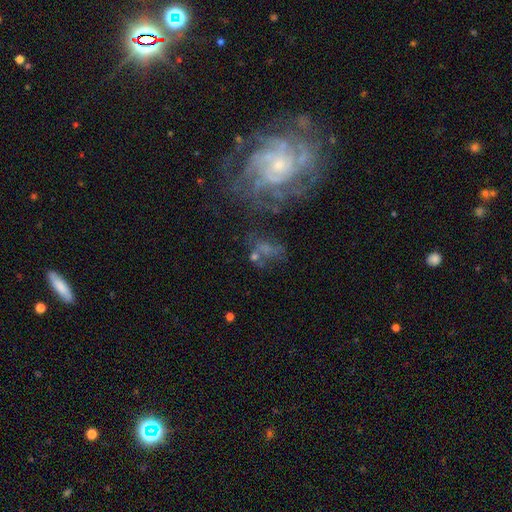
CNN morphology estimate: Smooth or featured? Predicted: featured or disk (p=0.62). Edge-on disk? Predicted: no (p=0.96). Bar? Predicted: no (p=0.70). Spiral arms? Predicted: yes (p=0.71). Bulge size? Predicted: small (p=0.49). Merging? Predicted: none (p=0.48).